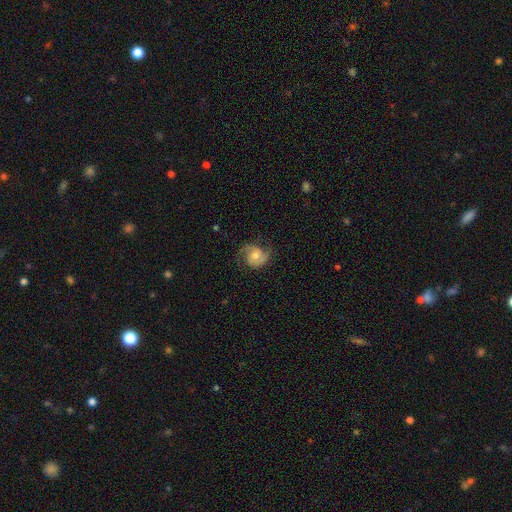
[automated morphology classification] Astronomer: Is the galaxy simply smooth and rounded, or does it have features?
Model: featured or disk — 76%.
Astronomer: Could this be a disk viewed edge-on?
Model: no — 98%.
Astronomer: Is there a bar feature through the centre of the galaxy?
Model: no — 69%.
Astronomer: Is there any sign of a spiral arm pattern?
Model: yes — 95%.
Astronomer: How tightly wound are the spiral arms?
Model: medium — 49% (runner-up: tight, 28%).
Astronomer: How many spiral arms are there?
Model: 2 — 85%.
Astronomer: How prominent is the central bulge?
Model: moderate — 57%.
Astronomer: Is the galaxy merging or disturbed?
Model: none — 70%.